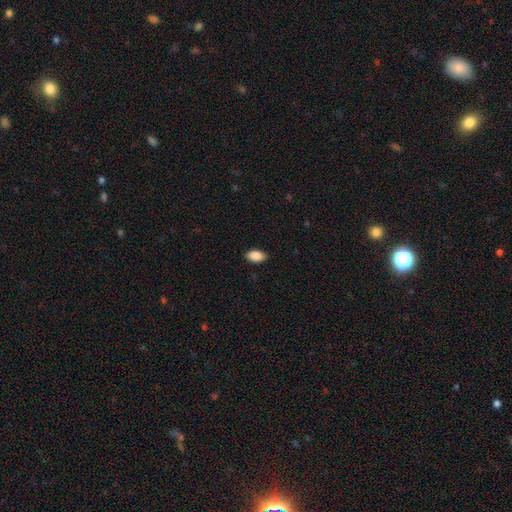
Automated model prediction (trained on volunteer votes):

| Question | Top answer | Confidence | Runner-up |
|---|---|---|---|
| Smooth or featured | smooth | 89% | star or artifact (7%) |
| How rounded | in between | 93% | round (5%) |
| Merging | none | 87% | minor disturbance (10%) |